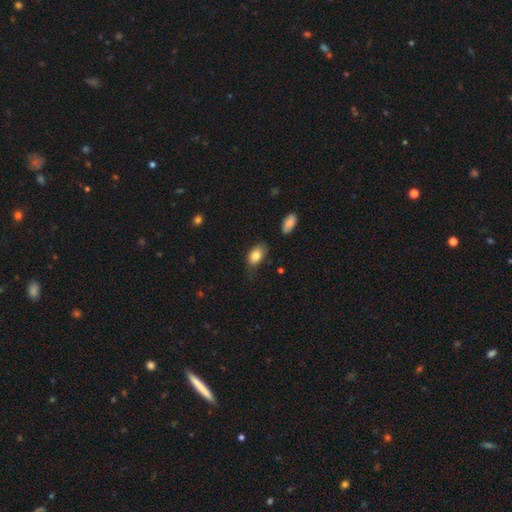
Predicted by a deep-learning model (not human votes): This appears to be a smooth galaxy with no disk features (81%) that is in between round and cigar-shaped (89%). Merging: none (64%).